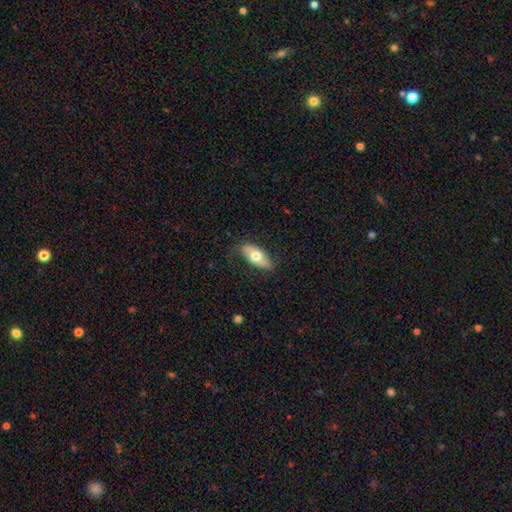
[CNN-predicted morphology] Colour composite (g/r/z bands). It shows a smooth galaxy with no disk features (58%) that is in between round and cigar-shaped (86%). Merging: none (75%).